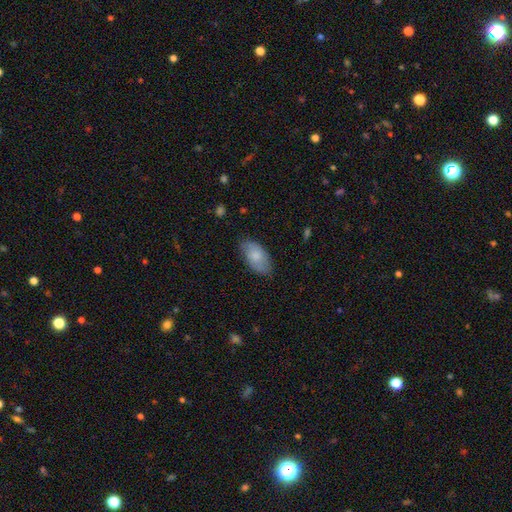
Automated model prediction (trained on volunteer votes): A smooth galaxy with no disk features (76%) that is in between round and cigar-shaped (94%).

Vote fractions:
- Smooth or featured? smooth: 76% / featured or disk: 18% / star or artifact: 6%
- How rounded? in between: 94% / round: 3% / cigar-shaped: 2%
- Merging? none: 77% / minor disturbance: 18% / major disturbance: 4% / merger: 1%